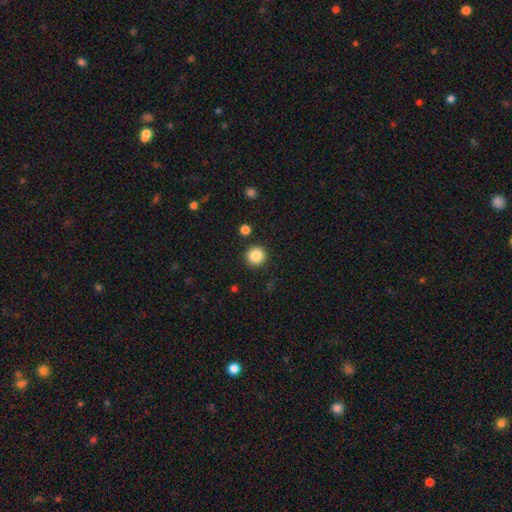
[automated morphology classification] Q: Smooth or featured?
A: smooth (86%); runner-up: star or artifact (10%)
Q: How rounded?
A: round (94%); runner-up: in between (5%)
Q: Merging?
A: none (91%); runner-up: minor disturbance (5%)